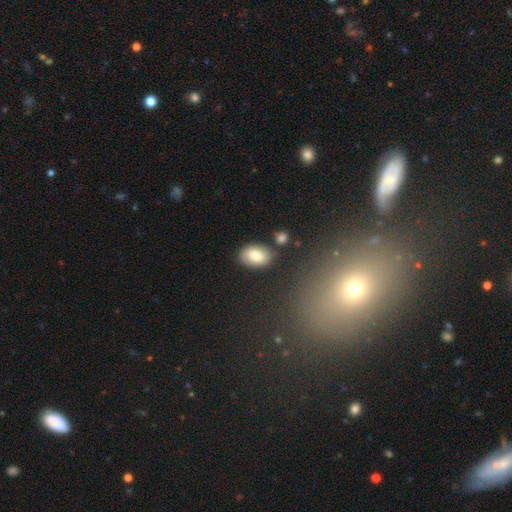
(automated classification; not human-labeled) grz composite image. It shows a smooth galaxy with no disk features (80%) that is in between round and cigar-shaped (87%). Merging: none (80%).